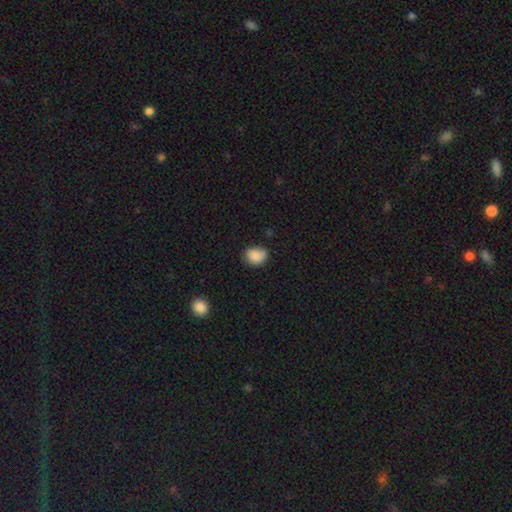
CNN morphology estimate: Smooth or featured: smooth — 86% (star or artifact — 9%)
How rounded: round — 56% (in between — 43%)
Merging: none — 67% (minor disturbance — 27%)